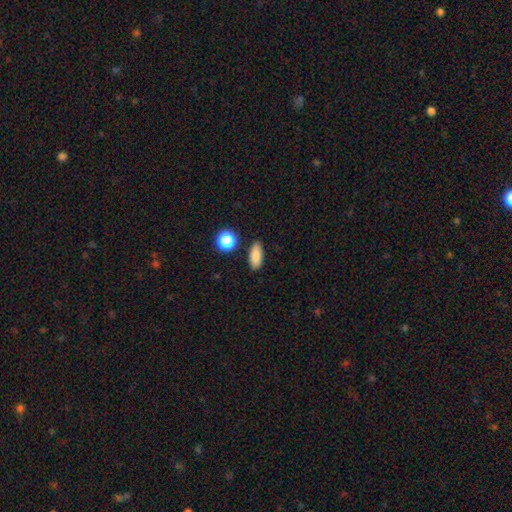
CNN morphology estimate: Smooth or featured? Predicted: smooth (p=0.85). How rounded? Predicted: in between (p=0.78). Merging? Predicted: none (p=0.85).